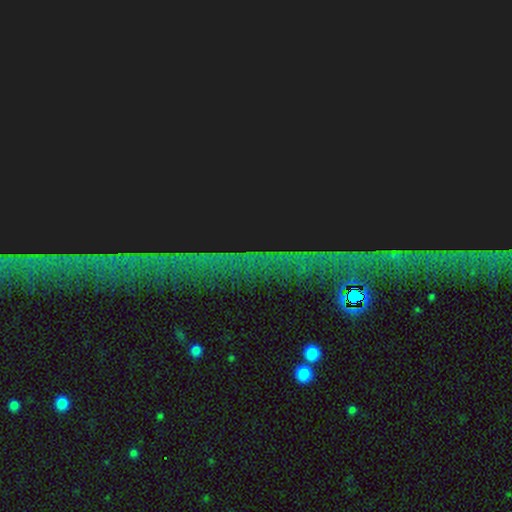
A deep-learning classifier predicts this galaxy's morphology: Q: Smooth or featured?
A: star or artifact (83%); runner-up: featured or disk (9%)